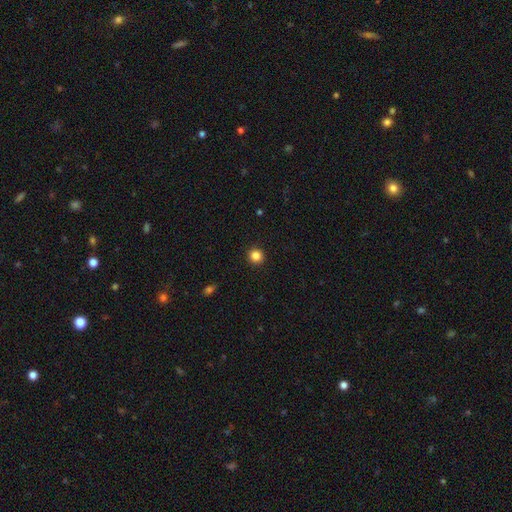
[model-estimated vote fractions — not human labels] Smooth or featured: smooth — 85% (star or artifact — 11%)
How rounded: round — 94% (in between — 5%)
Merging: none — 93% (minor disturbance — 4%)